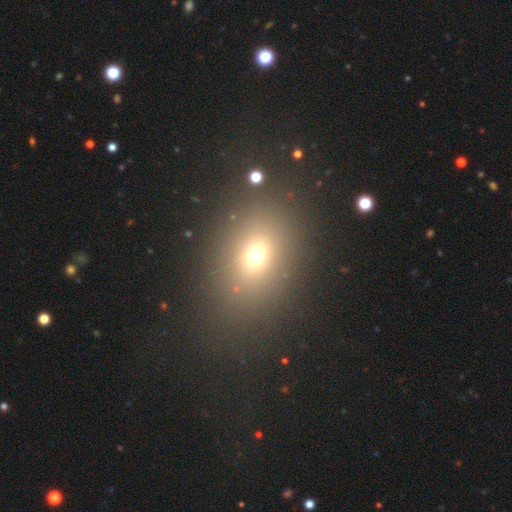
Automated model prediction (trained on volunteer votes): Morphology: type=smooth (67%); roundness=in between (57%); merging=none (81%).